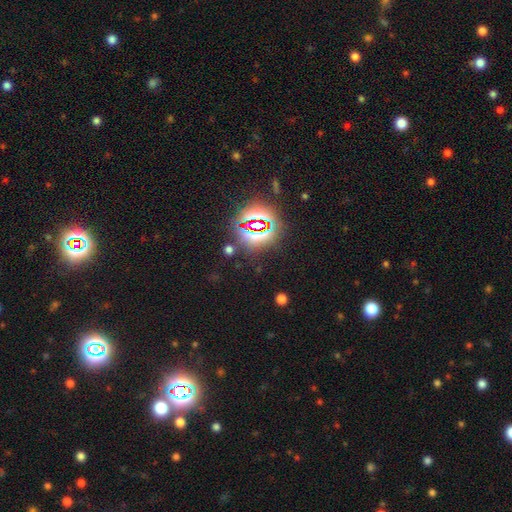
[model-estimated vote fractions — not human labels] The model was most divided on "smooth or featured": star or artifact: 80%, smooth: 13%, featured or disk: 7%.